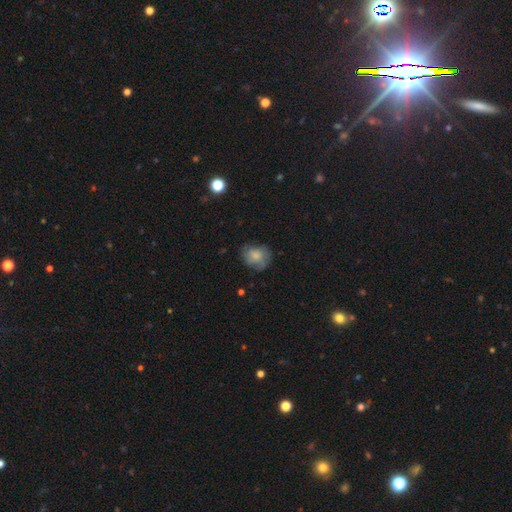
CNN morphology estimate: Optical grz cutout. It shows a smooth galaxy with no disk features (67%) that is round (62%). Merging: none (65%).